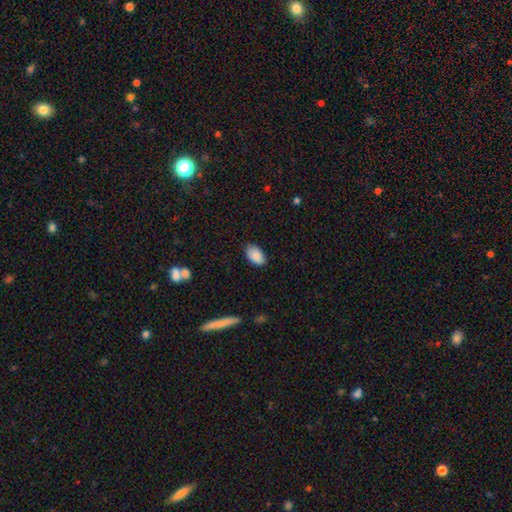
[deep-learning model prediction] Smooth or featured? smooth (88%)
How rounded? in between (94%)
Merging? none (83%)